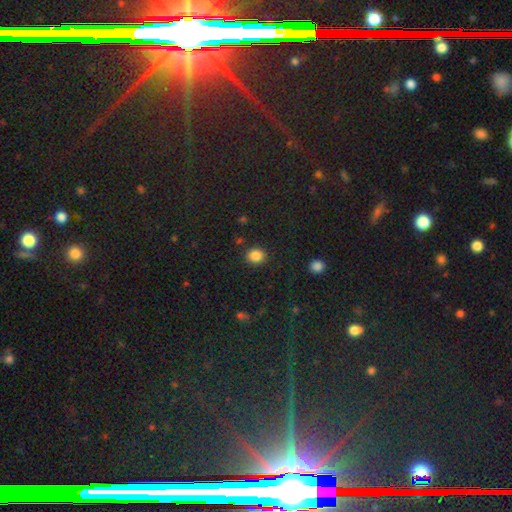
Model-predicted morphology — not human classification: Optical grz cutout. It shows a smooth galaxy with no disk features (86%) that is round (77%). Merging: none (89%).